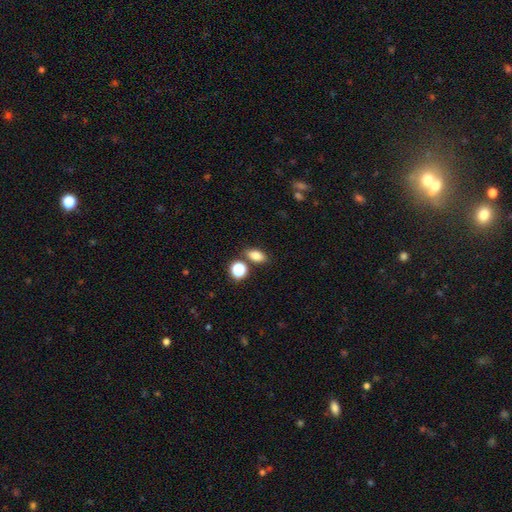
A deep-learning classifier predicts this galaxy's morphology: Smooth or featured? smooth (81%)
How rounded? in between (79%)
Merging? none (76%)